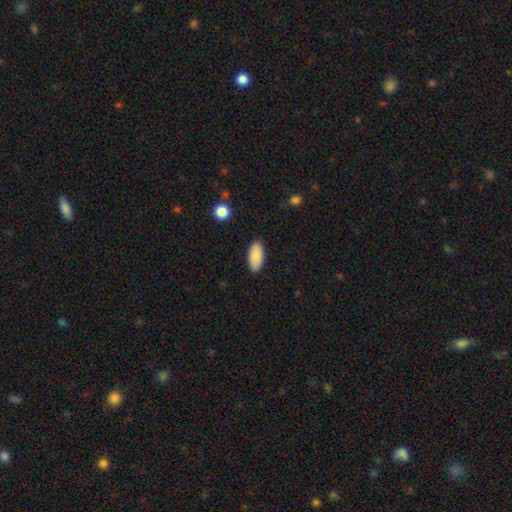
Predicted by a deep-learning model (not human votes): Smooth or featured: smooth — 89% (star or artifact — 6%)
How rounded: in between — 91% (cigar-shaped — 7%)
Merging: none — 87% (minor disturbance — 9%)